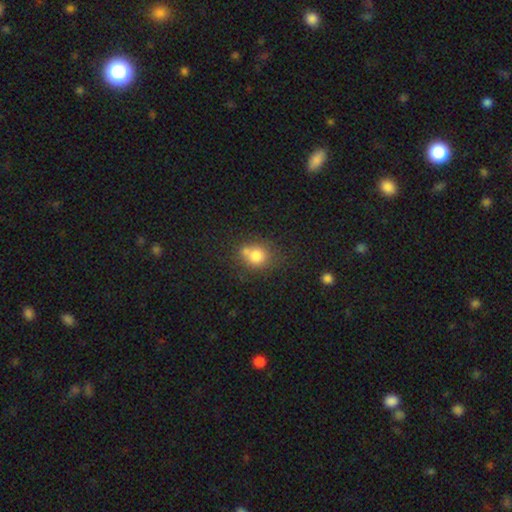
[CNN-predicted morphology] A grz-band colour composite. It shows a smooth galaxy with no disk features (77%) that is round (74%). Merging: none (51%).